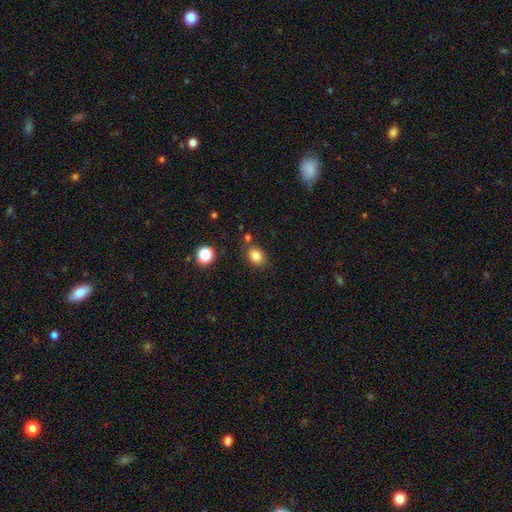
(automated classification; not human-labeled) Morphology: type=smooth (83%); roundness=in between (63%); merging=none (79%).